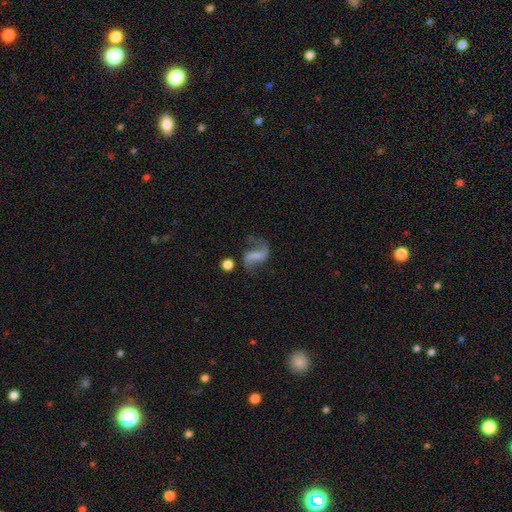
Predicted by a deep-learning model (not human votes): This is likely a featured or disk galaxy (76%). It is clearly not viewed edge-on (97%). Bar: marginally weak (37%). Spiral arm pattern: clearly yes (92%). Spiral arm count: clearly 2 (90%). Spiral winding: clearly loose (83%). Central bulge: likely none (65%). Merging: likely none (63%).